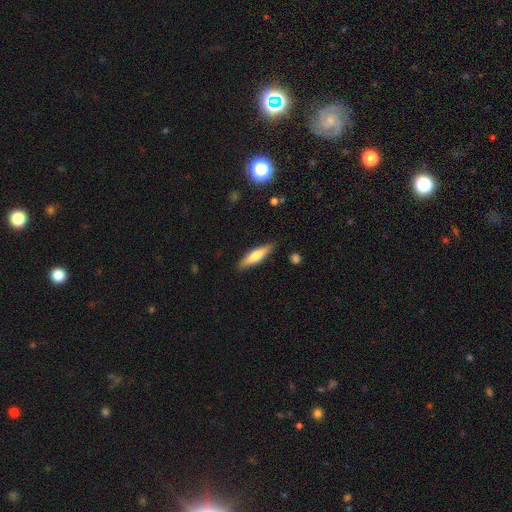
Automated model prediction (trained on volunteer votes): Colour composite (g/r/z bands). It shows a smooth galaxy with no disk features (62%) that is cigar-shaped (68%). Merging: none (87%).